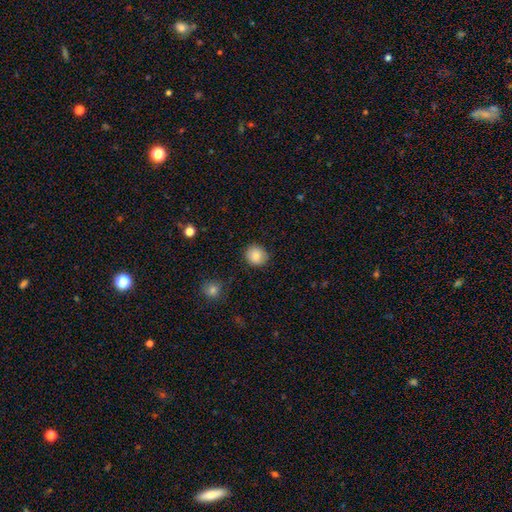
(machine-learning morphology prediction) smooth_or_featured: smooth (p=0.85) [alt: star or artifact p=0.09]
how_rounded: round (p=0.85) [alt: in between p=0.14]
merging: none (p=0.87) [alt: minor disturbance p=0.09]